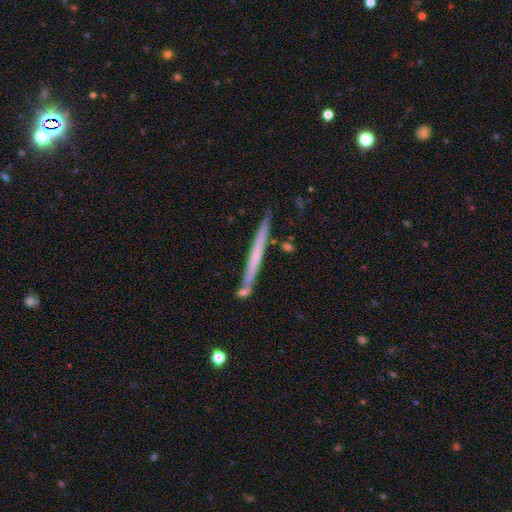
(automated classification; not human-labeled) A featured or disk galaxy (49%).

Vote fractions:
- Smooth or featured? featured or disk: 49% / smooth: 45% / star or artifact: 6%
- Merging? none: 82% / minor disturbance: 10% / merger: 6% / major disturbance: 2%